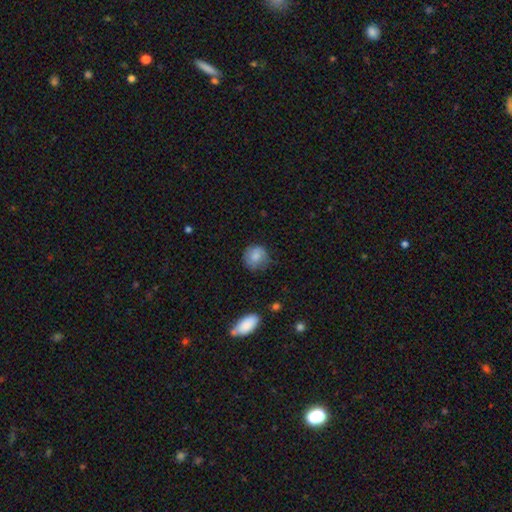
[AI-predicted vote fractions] Smooth or featured?
  - smooth: 80% *
  - featured or disk: 13%
  - star or artifact: 8%
How rounded?
  - round: 84% *
  - in between: 15%
  - cigar-shaped: 1%
Merging?
  - none: 69% *
  - minor disturbance: 24%
  - major disturbance: 6%
  - merger: 2%